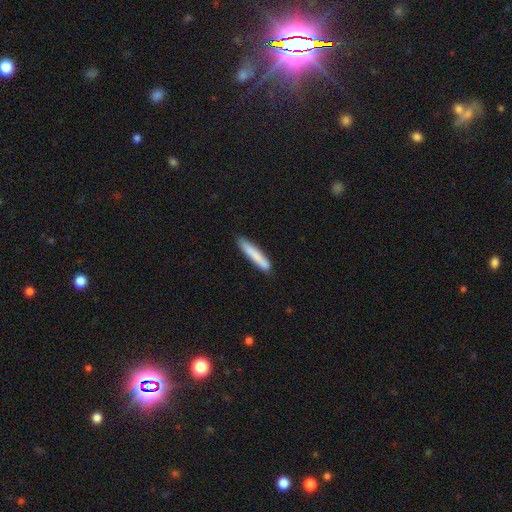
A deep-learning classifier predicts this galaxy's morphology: The model was most divided on "smooth or featured": smooth: 81%, featured or disk: 14%, star or artifact: 6%. More confident: how rounded — cigar-shaped (93%); merging — none (85%).